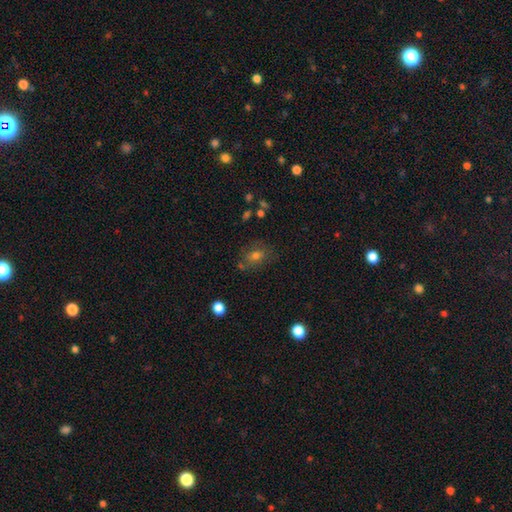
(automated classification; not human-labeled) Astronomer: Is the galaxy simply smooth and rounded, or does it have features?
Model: smooth — 59%.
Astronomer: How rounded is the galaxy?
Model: in between — 59% (runner-up: round, 39%).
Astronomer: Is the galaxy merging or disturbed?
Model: none — 69%.